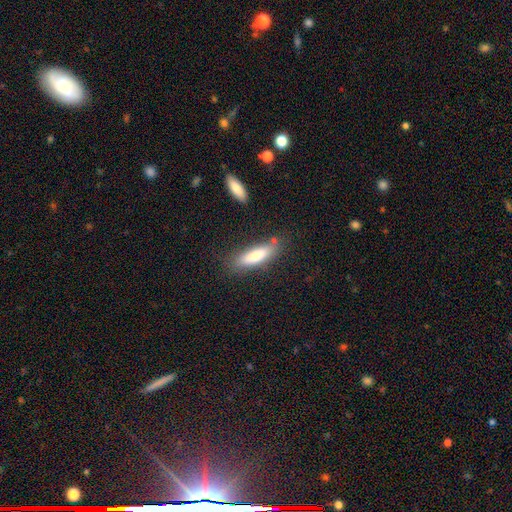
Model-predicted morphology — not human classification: Smooth or featured?
  - smooth: 75% *
  - featured or disk: 18%
  - star or artifact: 7%
How rounded?
  - cigar-shaped: 61% *
  - in between: 38%
  - round: 2%
Merging?
  - none: 76% *
  - minor disturbance: 15%
  - merger: 5%
  - major disturbance: 4%